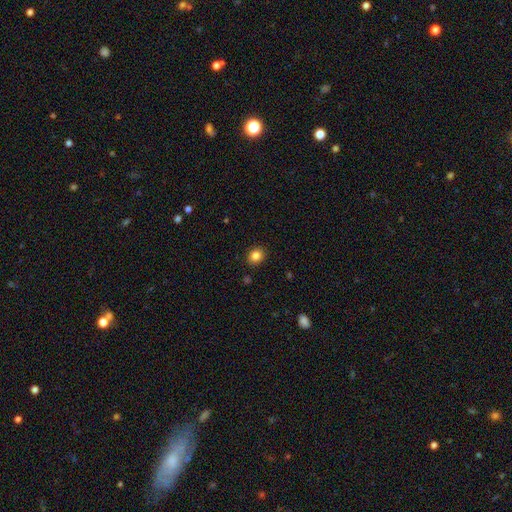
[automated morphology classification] smooth-or-featured: smooth: 85% | star or artifact: 11% | featured or disk: 5%
  how-rounded: round: 61% | in between: 38% | cigar-shaped: 1%
  merging: none: 89% | minor disturbance: 7% | major disturbance: 2% | merger: 1%